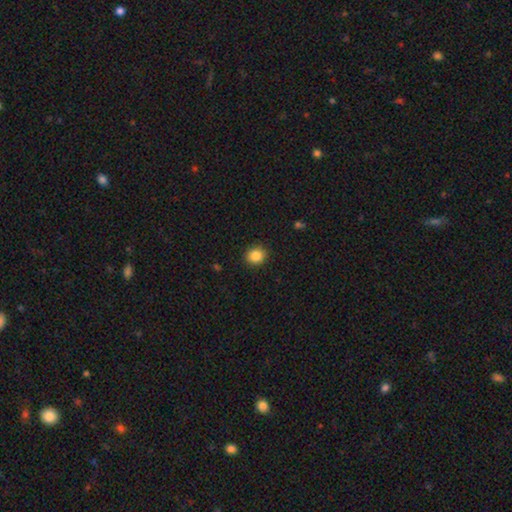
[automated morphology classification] Q: Smooth or featured?
A: smooth (85%); runner-up: star or artifact (10%)
Q: How rounded?
A: round (80%); runner-up: in between (19%)
Q: Merging?
A: none (91%); runner-up: minor disturbance (6%)